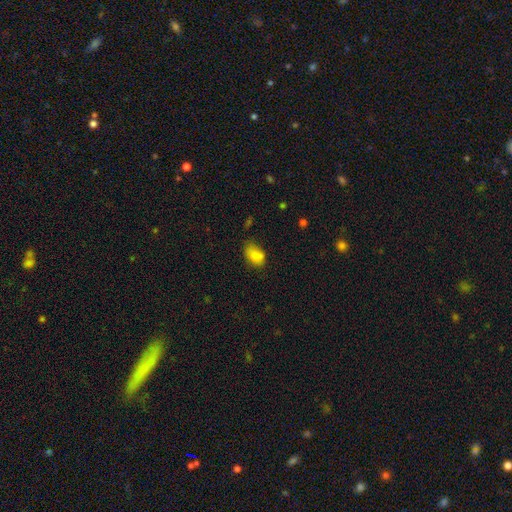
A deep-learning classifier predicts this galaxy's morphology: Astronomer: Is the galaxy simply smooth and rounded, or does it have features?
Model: smooth — 82%.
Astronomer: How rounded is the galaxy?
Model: in between — 85%.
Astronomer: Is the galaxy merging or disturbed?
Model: none — 55% (runner-up: minor disturbance, 32%).